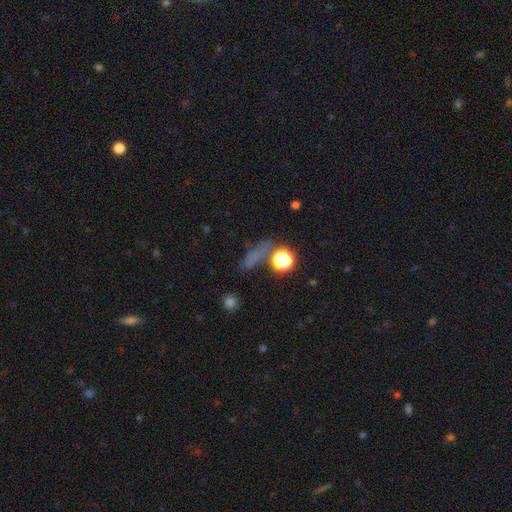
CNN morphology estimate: A smooth galaxy with no disk features (45%). Merging: none (60%).